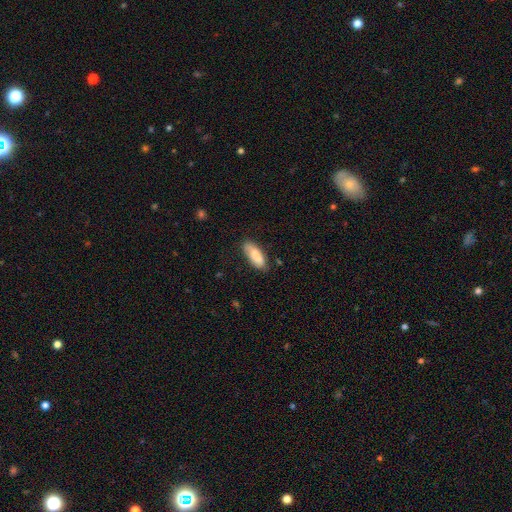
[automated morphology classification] Smooth or featured?
  - smooth: 83% *
  - featured or disk: 11%
  - star or artifact: 6%
How rounded?
  - in between: 69% *
  - cigar-shaped: 29%
  - round: 2%
Merging?
  - none: 74% *
  - minor disturbance: 20%
  - major disturbance: 4%
  - merger: 2%